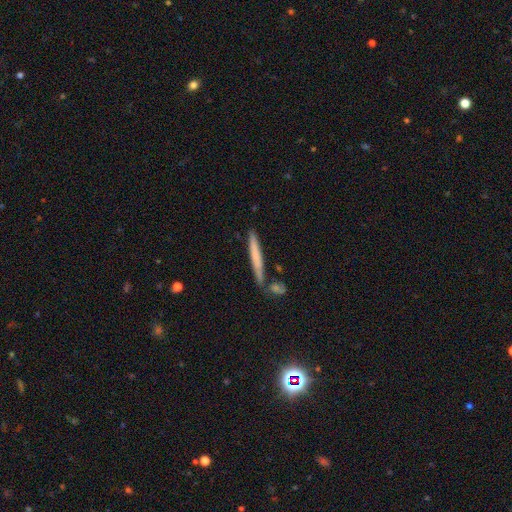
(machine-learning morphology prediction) This appears to be a smooth galaxy with no disk features (62%) that is cigar-shaped (96%). Merging: none (78%).